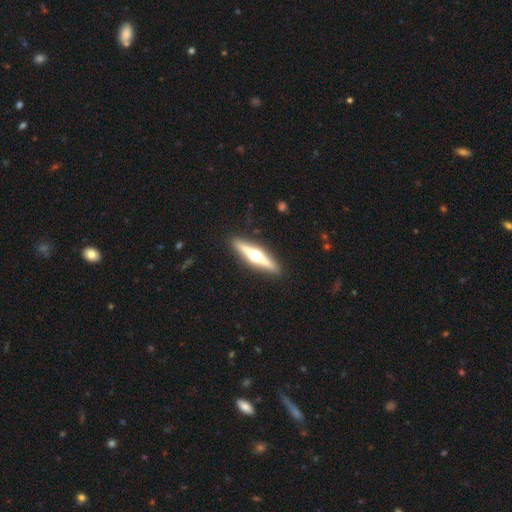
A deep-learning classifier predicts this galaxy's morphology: type=featured or disk (77%); edge-on=yes (98%); edge-on bulge=rounded (97%); merging=none (91%).